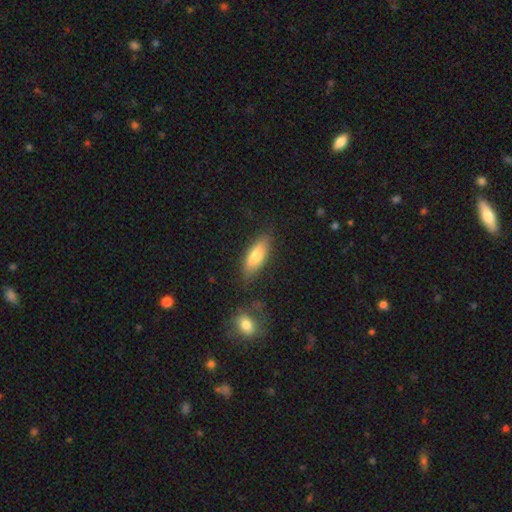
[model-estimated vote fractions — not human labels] This appears to be a smooth galaxy with no disk features (72%) that is in between round and cigar-shaped (63%). Merging: none (77%).